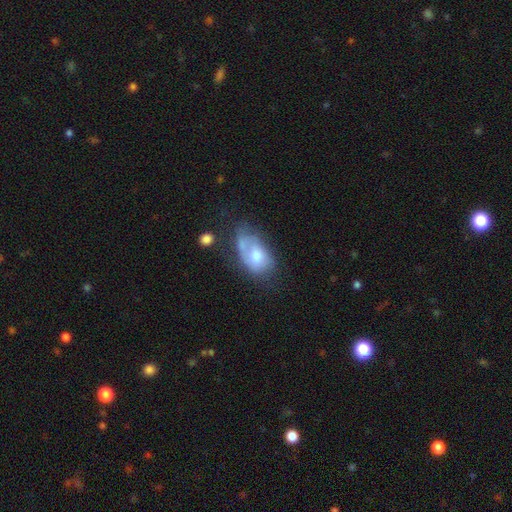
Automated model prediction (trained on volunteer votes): The model was most divided on "merging": none: 31%, minor disturbance: 30%, major disturbance: 28%, merger: 10%. Remaining: smooth or featured — smooth (50%).